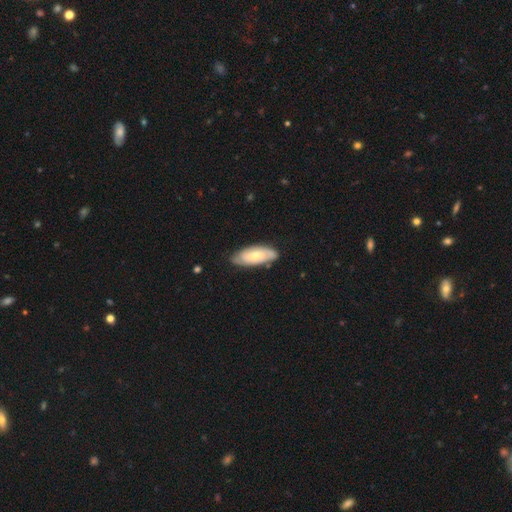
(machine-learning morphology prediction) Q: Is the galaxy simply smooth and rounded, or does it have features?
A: featured or disk — 53%.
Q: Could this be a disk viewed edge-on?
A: no — 87%.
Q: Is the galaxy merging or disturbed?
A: none — 77%.